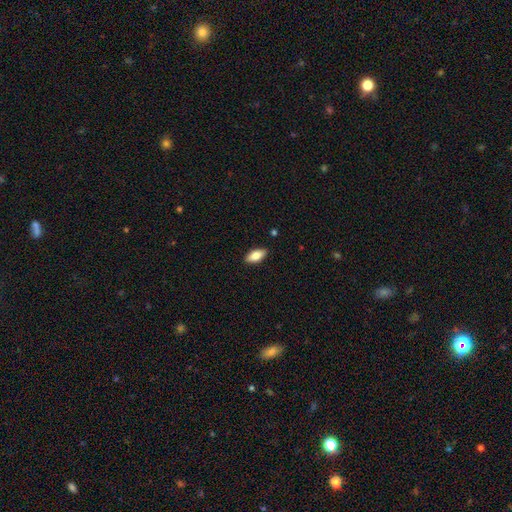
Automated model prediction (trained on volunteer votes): A smooth galaxy with no disk features (78%) that is in between round and cigar-shaped (86%). Merging: none (89%).